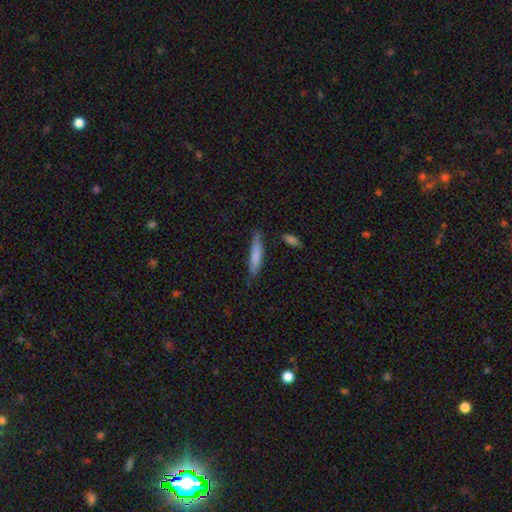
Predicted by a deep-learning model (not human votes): Overall: smooth (76%). How rounded: cigar-shaped (87%). Merging: none (77%).